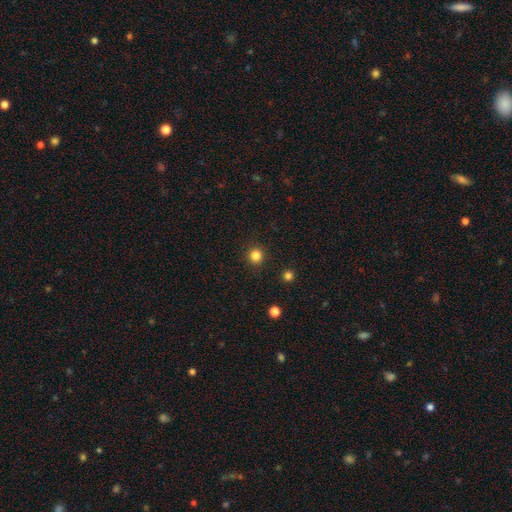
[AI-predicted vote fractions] A smooth galaxy with no disk features (83%) that is round (95%).

Vote fractions:
- Smooth or featured? smooth: 83% / star or artifact: 13% / featured or disk: 4%
- How rounded? round: 95% / in between: 4% / cigar-shaped: 1%
- Merging? none: 92% / minor disturbance: 5% / major disturbance: 2% / merger: 1%